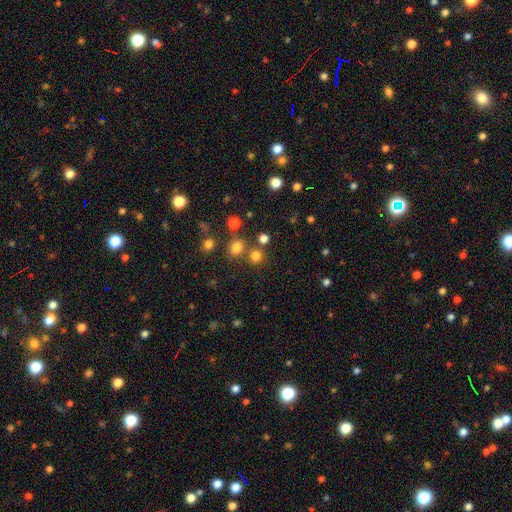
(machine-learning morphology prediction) Overall: smooth (76%). How rounded: round (86%). Merging: none (71%).